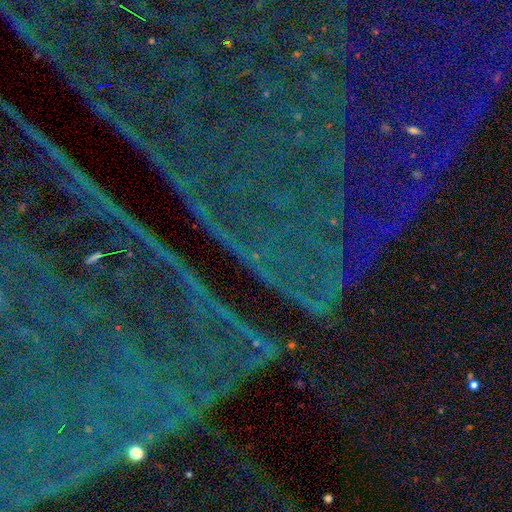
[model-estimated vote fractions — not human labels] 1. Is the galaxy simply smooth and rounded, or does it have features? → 87% star or artifact, 7% featured or disk, 6% smooth.